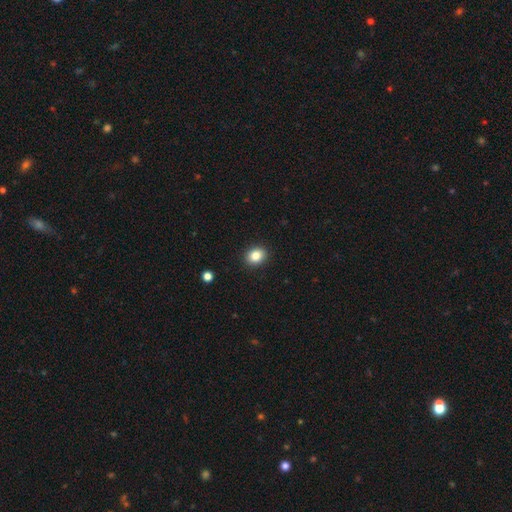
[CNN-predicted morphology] smooth 85%, star or artifact 10%, featured or disk 6%. Down the decision tree: how rounded — round (56%); merging — none (91%).